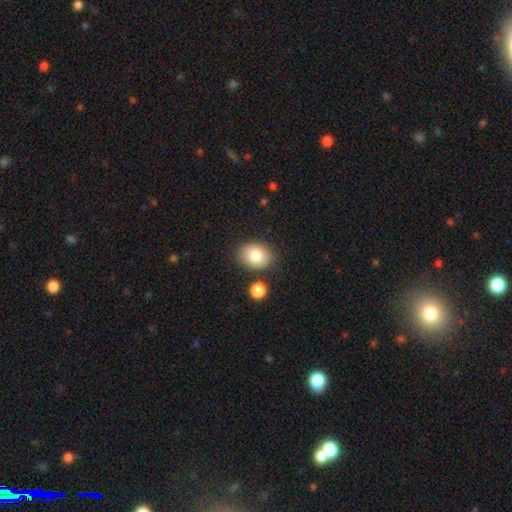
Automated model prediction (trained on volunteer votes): This appears to be a smooth galaxy with no disk features (81%) that is in between round and cigar-shaped (53%). Merging: none (80%).